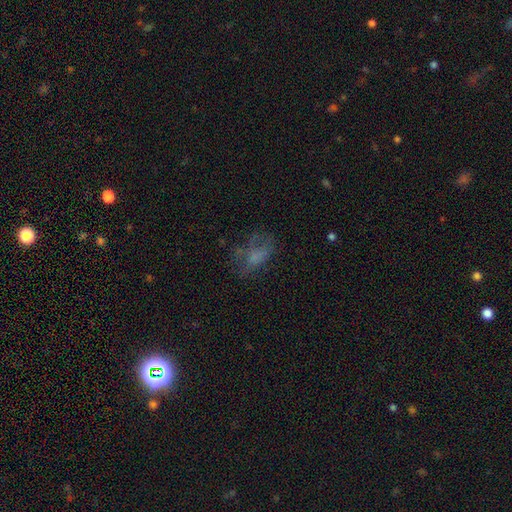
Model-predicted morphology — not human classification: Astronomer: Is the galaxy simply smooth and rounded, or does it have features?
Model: smooth — 49% (runner-up: featured or disk, 33%).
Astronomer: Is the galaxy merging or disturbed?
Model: none — 45% (runner-up: major disturbance, 30%).